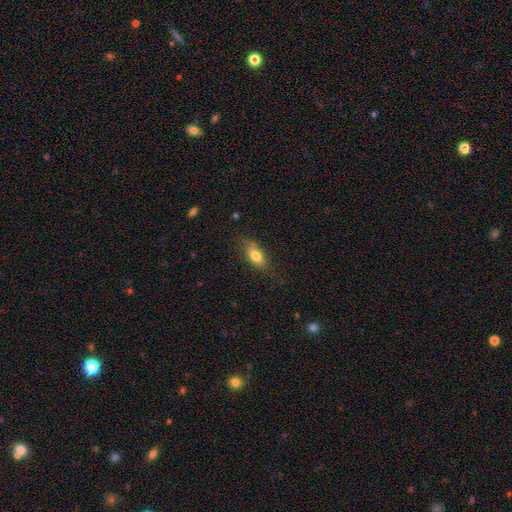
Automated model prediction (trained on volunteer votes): Smooth or featured: smooth — 75% (featured or disk — 17%)
How rounded: in between — 80% (cigar-shaped — 15%)
Merging: none — 69% (minor disturbance — 22%)